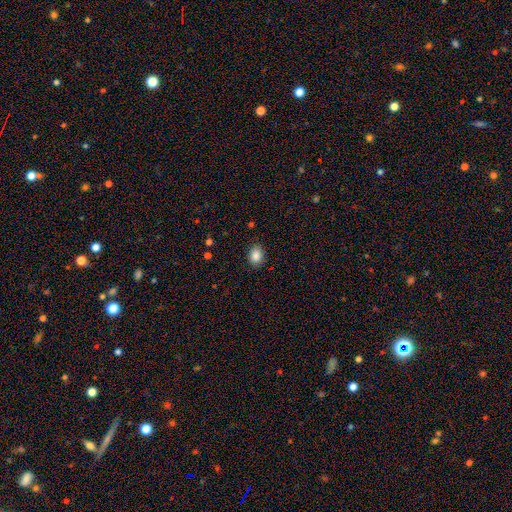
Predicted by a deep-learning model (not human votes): smooth 86%, star or artifact 9%, featured or disk 5%. Down the decision tree: how rounded — in between (65%); merging — none (86%).